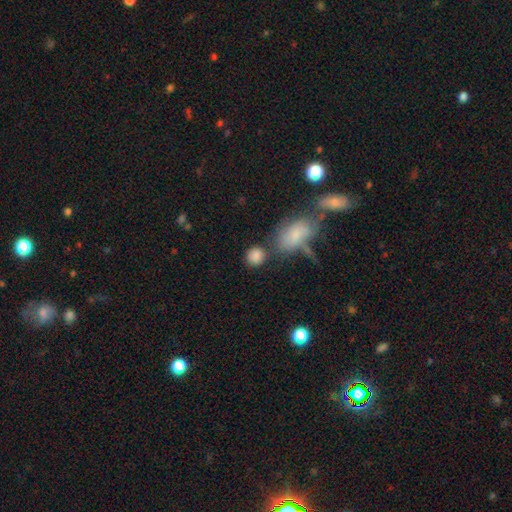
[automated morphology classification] type=smooth (85%); roundness=round (78%); merging=none (65%).